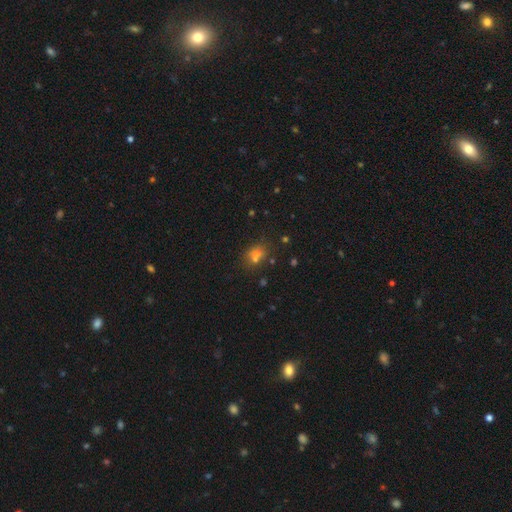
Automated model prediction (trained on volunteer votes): smooth-or-featured: smooth: 65% | star or artifact: 22% | featured or disk: 13%
  how-rounded: in between: 52% | round: 46% | cigar-shaped: 2%
  merging: none: 54% | merger: 24% | minor disturbance: 15% | major disturbance: 7%